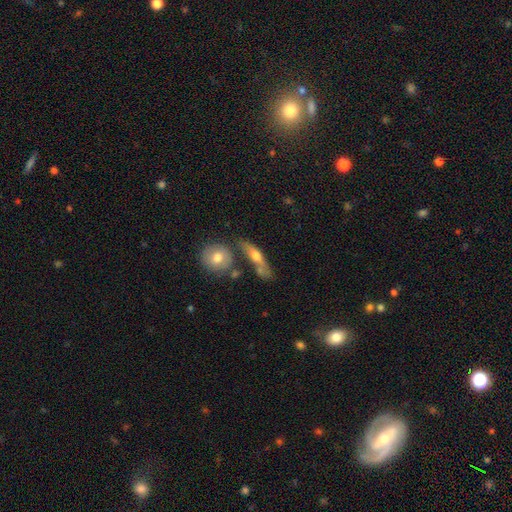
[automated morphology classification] The model was most divided on "smooth or featured": smooth: 52%, featured or disk: 41%, star or artifact: 7%. More confident: merging — none (54%); how rounded — cigar-shaped (53%).